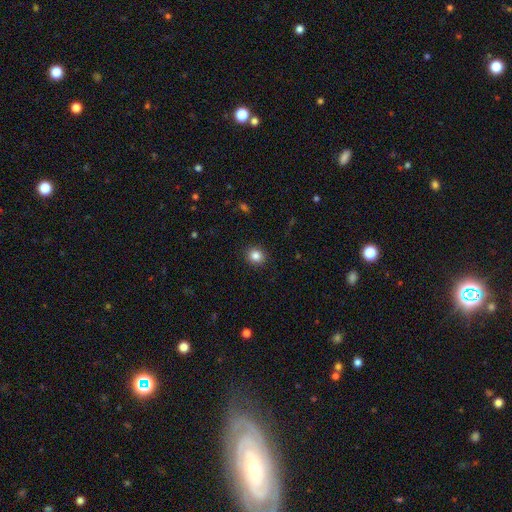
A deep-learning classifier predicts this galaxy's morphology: smooth 84%, star or artifact 11%, featured or disk 5%. Down the decision tree: how rounded — round (85%); merging — none (92%).